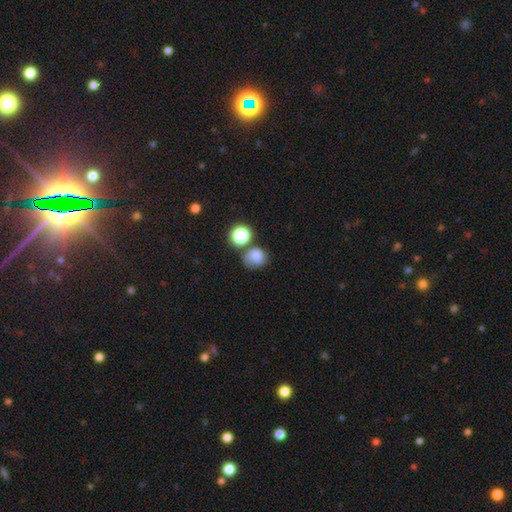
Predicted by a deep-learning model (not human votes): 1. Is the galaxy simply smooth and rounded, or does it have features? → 75% smooth, 14% star or artifact, 11% featured or disk.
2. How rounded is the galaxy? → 67% round, 32% in between, 1% cigar-shaped.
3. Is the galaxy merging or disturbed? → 50% none, 22% minor disturbance, 18% merger, 10% major disturbance.